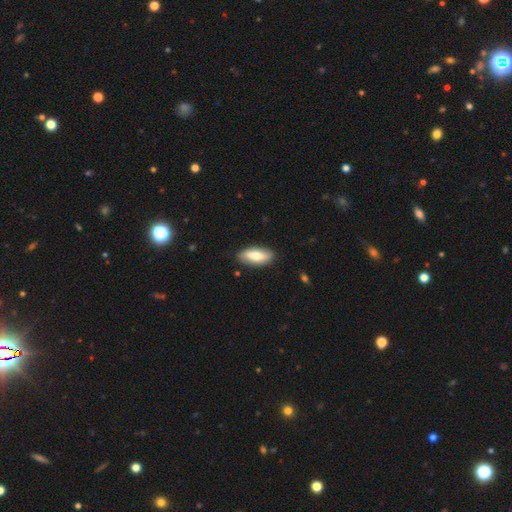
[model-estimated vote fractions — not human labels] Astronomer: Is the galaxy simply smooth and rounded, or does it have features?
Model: smooth — 70%.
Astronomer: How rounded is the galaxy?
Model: in between — 81%.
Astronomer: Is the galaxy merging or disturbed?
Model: none — 87%.